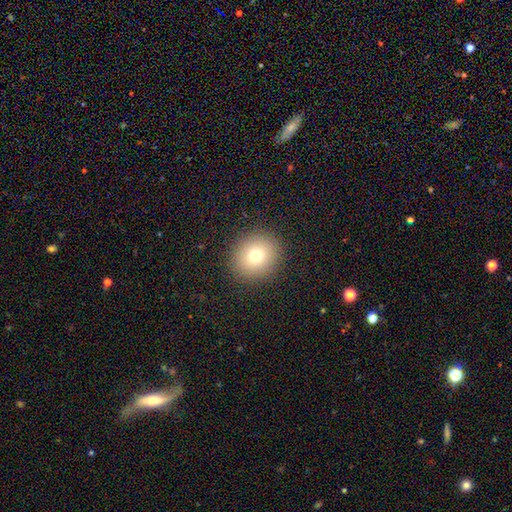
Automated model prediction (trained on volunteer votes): A smooth galaxy with no disk features (76%) that is round (82%).

Vote fractions:
- Smooth or featured? smooth: 76% / star or artifact: 12% / featured or disk: 12%
- How rounded? round: 82% / in between: 17% / cigar-shaped: 1%
- Merging? none: 90% / minor disturbance: 6% / major disturbance: 3% / merger: 1%